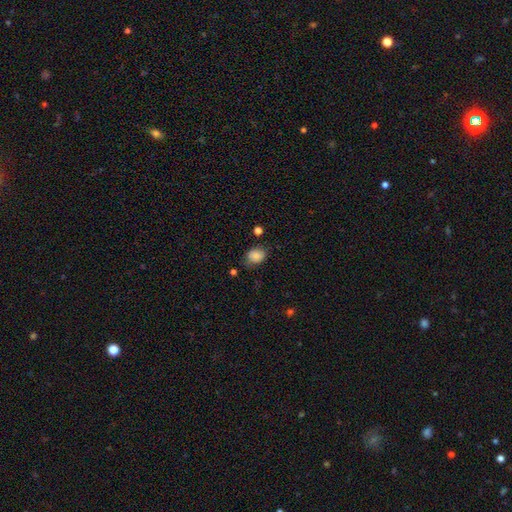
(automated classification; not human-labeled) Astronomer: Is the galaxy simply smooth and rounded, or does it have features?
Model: smooth — 84%.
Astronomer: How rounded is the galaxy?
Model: in between — 57% (runner-up: round, 42%).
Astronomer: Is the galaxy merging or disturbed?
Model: none — 72%.